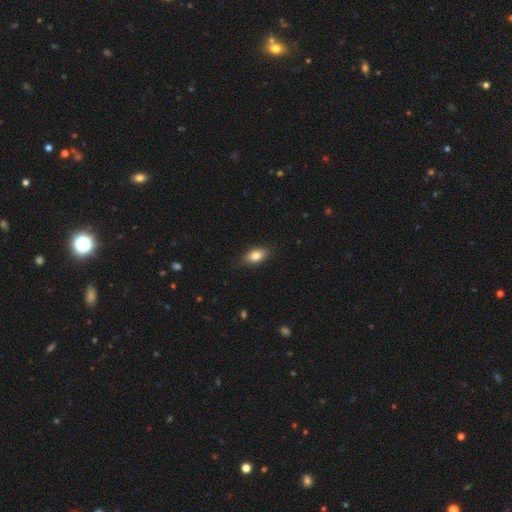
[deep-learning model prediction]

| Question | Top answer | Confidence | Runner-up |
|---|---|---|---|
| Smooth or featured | smooth | 81% | featured or disk (11%) |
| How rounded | in between | 88% | round (7%) |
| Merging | none | 86% | minor disturbance (11%) |